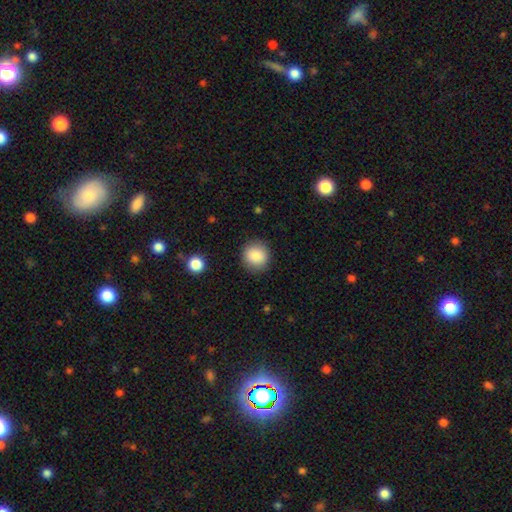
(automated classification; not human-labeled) Smooth or featured: smooth — 86% (star or artifact — 8%)
How rounded: round — 92% (in between — 7%)
Merging: none — 89% (minor disturbance — 8%)